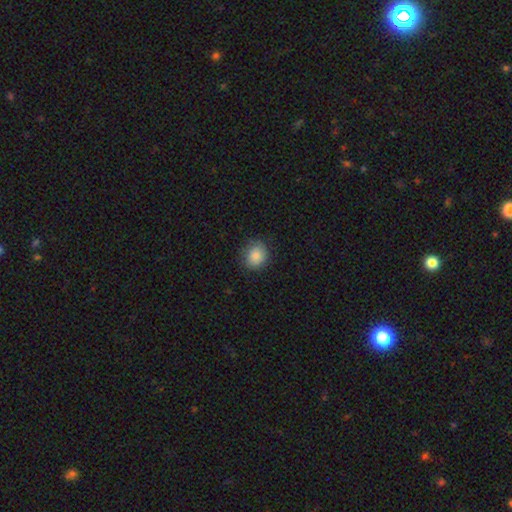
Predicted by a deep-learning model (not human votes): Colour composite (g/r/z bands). It shows a smooth galaxy with no disk features (86%) that is round (72%). Merging: none (80%).